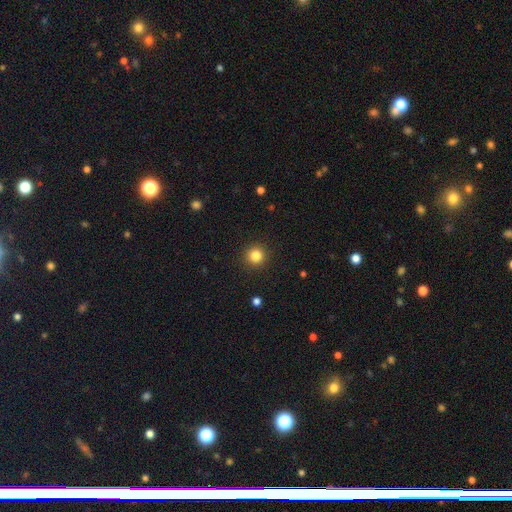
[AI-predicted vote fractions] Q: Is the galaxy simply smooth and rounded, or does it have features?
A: smooth — 83%.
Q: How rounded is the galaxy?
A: round — 95%.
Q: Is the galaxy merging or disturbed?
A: none — 92%.